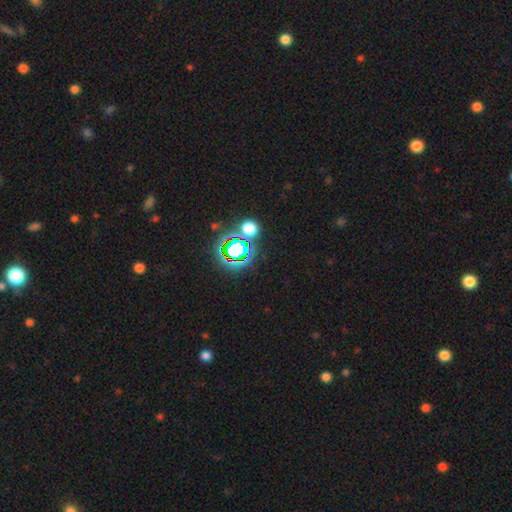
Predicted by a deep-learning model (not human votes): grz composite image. It shows a star or artifact, not a galaxy (78%).